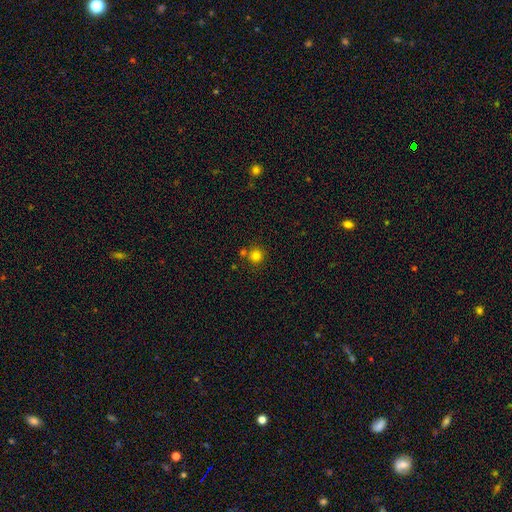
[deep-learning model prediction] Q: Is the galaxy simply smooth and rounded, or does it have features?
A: smooth — 80%.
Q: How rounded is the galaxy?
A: round — 93%.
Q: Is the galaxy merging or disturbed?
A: none — 71%.